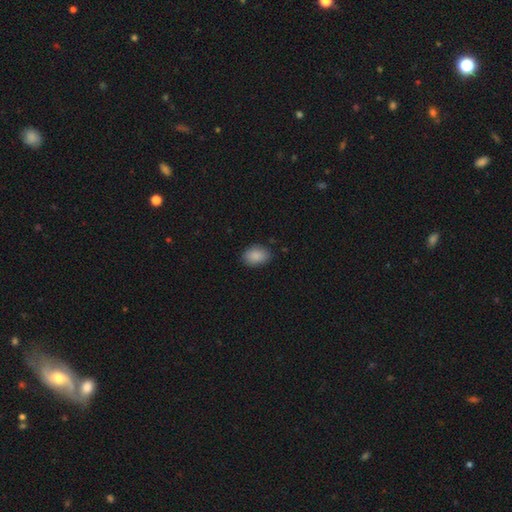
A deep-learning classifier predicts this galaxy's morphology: Smooth or featured? Predicted: smooth (p=0.88). How rounded? Predicted: in between (p=0.81). Merging? Predicted: none (p=0.81).